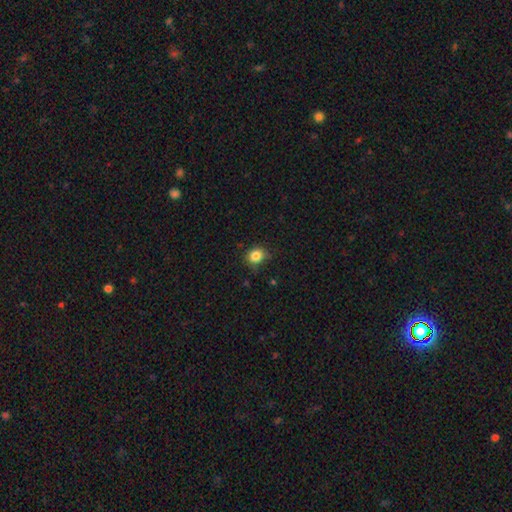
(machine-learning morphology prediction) A smooth galaxy with no disk features (84%) that is round (74%).

Vote fractions:
- Smooth or featured? smooth: 84% / star or artifact: 11% / featured or disk: 5%
- How rounded? round: 74% / in between: 25% / cigar-shaped: 1%
- Merging? none: 78% / minor disturbance: 18% / major disturbance: 3% / merger: 1%